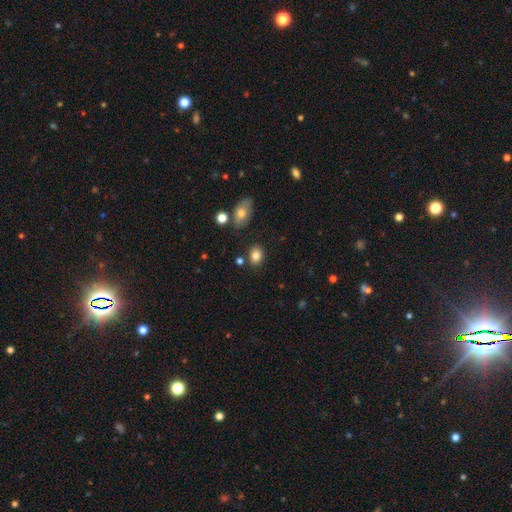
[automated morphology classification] type=smooth (83%); roundness=in between (60%); merging=none (81%).